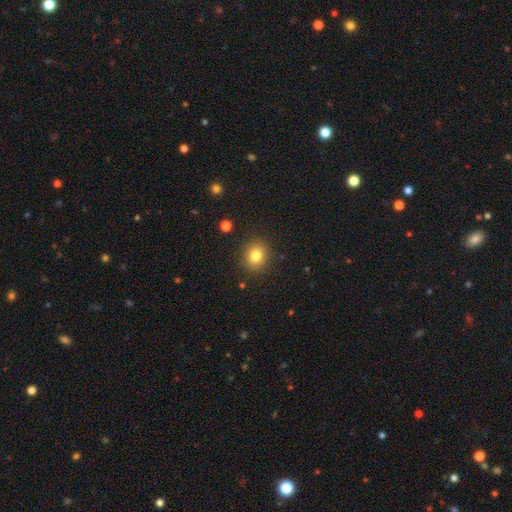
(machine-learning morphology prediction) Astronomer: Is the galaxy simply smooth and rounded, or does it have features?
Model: smooth — 81%.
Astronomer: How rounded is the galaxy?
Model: round — 78%.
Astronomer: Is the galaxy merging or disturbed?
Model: none — 89%.